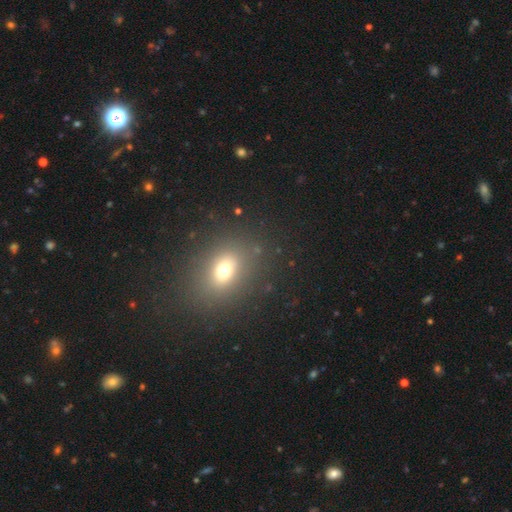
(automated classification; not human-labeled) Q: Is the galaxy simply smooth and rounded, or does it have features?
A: smooth — 63%.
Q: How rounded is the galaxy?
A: in between — 55%.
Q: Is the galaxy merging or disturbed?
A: none — 88%.